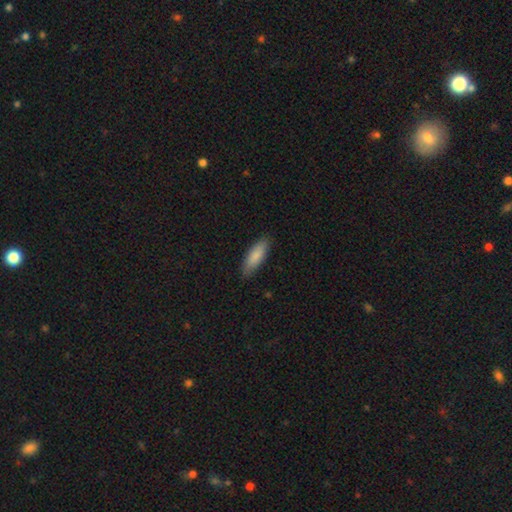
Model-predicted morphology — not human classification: smooth_or_featured: smooth (p=0.86) [alt: featured or disk p=0.08]
how_rounded: in between (p=0.60) [alt: cigar-shaped p=0.39]
merging: none (p=0.85) [alt: minor disturbance p=0.12]